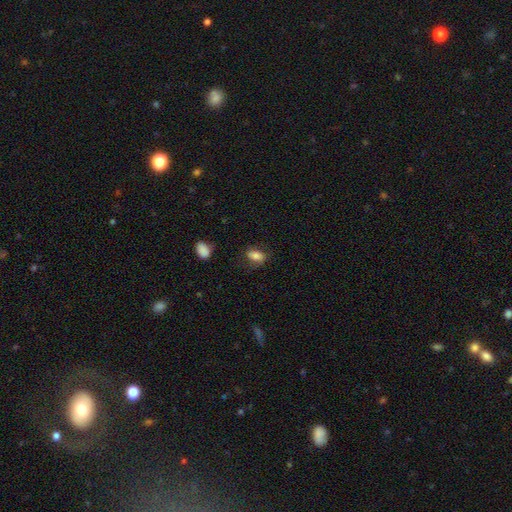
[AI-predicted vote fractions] Smooth or featured? Predicted: smooth (p=0.79). How rounded? Predicted: in between (p=0.85). Merging? Predicted: none (p=0.67).